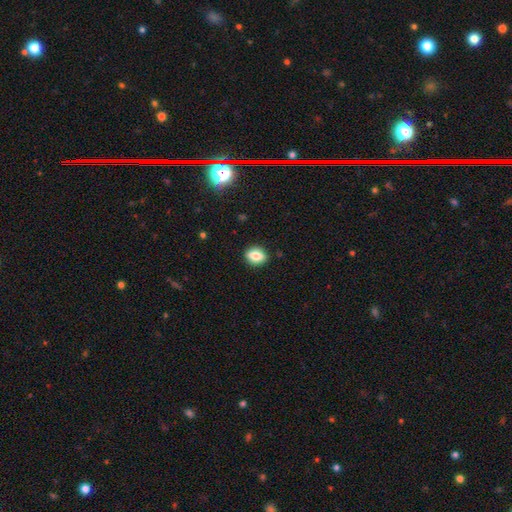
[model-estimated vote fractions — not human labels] This appears to be a smooth galaxy with no disk features (72%) that is in between round and cigar-shaped (59%). Merging: none (86%).